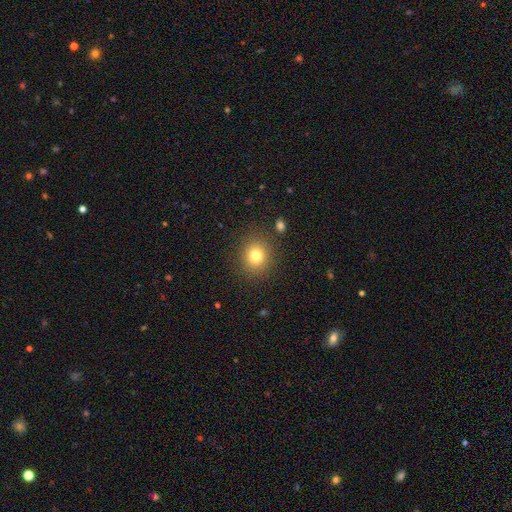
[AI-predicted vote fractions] A smooth galaxy with no disk features (79%) that is round (83%).

Vote fractions:
- Smooth or featured? smooth: 79% / star or artifact: 13% / featured or disk: 9%
- How rounded? round: 83% / in between: 16% / cigar-shaped: 1%
- Merging? none: 87% / minor disturbance: 8% / major disturbance: 3% / merger: 2%